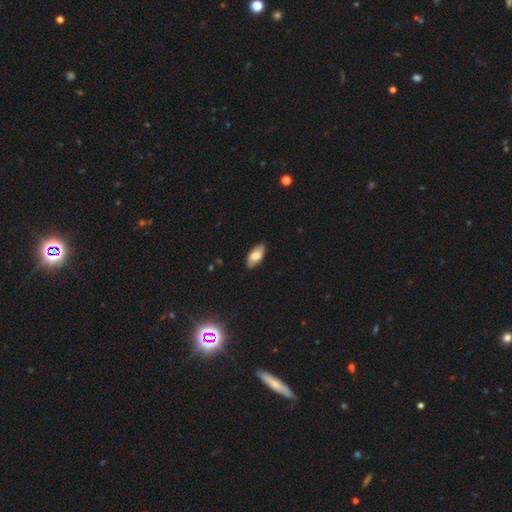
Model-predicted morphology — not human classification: Smooth or featured? smooth (70%)
How rounded? in between (90%)
Merging? none (85%)